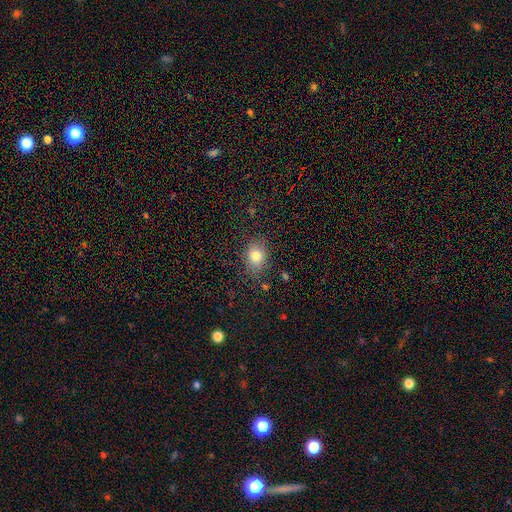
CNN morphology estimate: Smooth or featured? smooth (79%)
How rounded? in between (56%)
Merging? none (79%)